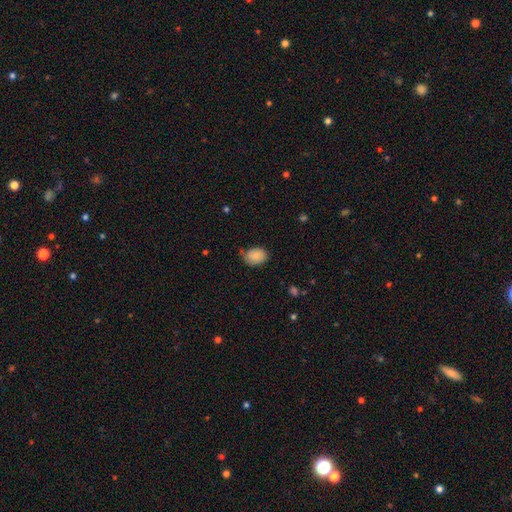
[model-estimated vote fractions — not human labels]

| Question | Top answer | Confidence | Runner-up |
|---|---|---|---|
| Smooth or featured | smooth | 81% | featured or disk (11%) |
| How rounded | in between | 71% | round (28%) |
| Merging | none | 62% | minor disturbance (29%) |